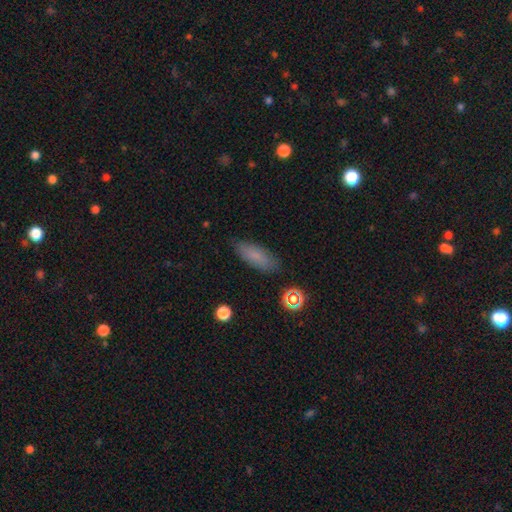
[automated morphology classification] smooth_or_featured: smooth (p=0.82) [alt: star or artifact p=0.09]
how_rounded: in between (p=0.66) [alt: cigar-shaped p=0.31]
merging: none (p=0.85) [alt: minor disturbance p=0.11]